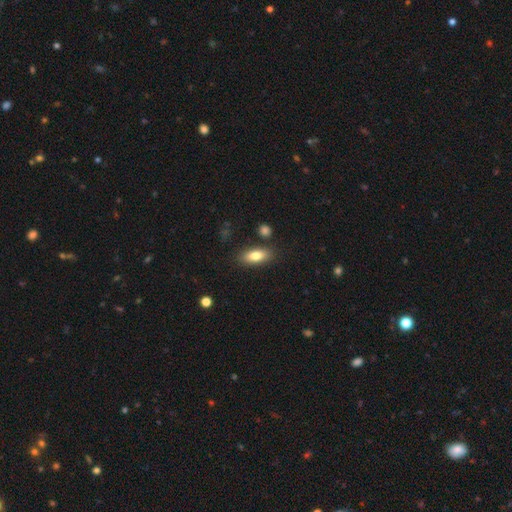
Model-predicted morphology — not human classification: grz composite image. It shows a smooth galaxy with no disk features (79%) that is in between round and cigar-shaped (80%). Merging: none (83%).